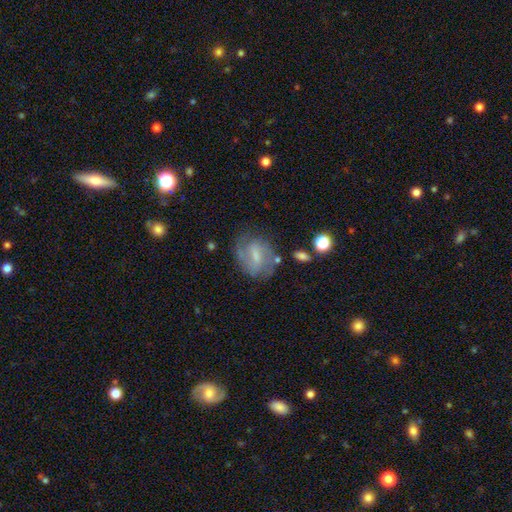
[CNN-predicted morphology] smooth-or-featured: featured or disk: 65% | smooth: 28% | star or artifact: 8%
  disk-edge-on: no: 96% | yes: 4%
    bar: weak: 56% | strong: 25% | no: 19%
    has-spiral-arms: yes: 82% | no: 18%
      spiral-winding: medium: 45% | tight: 34% | loose: 21%
      spiral-arm-count: 2: 63% | can't tell: 21% | 1: 9% | 3: 4% | 4: 1% | more than 4: 1%
    bulge-size: small: 48% | moderate: 29% | none: 19% | large: 3% | dominant: 1%
  merging: none: 65% | minor disturbance: 21% | major disturbance: 10% | merger: 4%